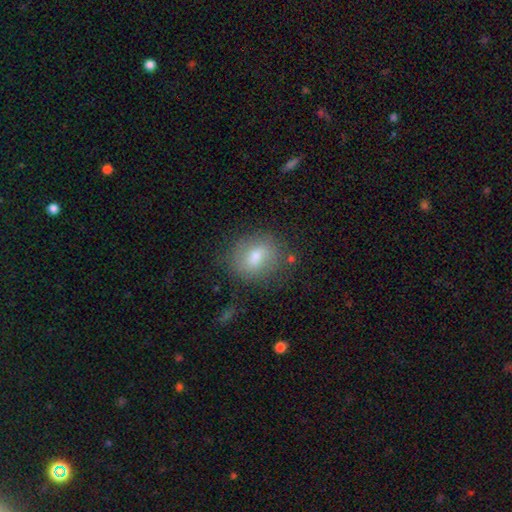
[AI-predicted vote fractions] This appears to be a smooth galaxy with no disk features (67%) that is round (60%). Merging: none (76%).